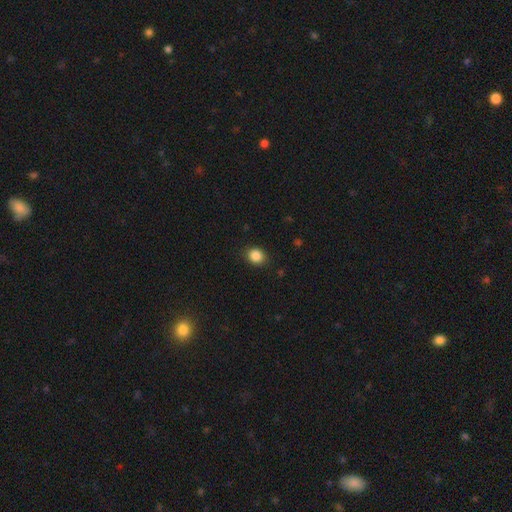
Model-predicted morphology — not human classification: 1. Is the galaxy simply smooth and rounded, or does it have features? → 87% smooth, 10% star or artifact, 4% featured or disk.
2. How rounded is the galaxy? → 63% round, 37% in between, 1% cigar-shaped.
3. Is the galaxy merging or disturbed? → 86% none, 10% minor disturbance, 3% major disturbance, 1% merger.